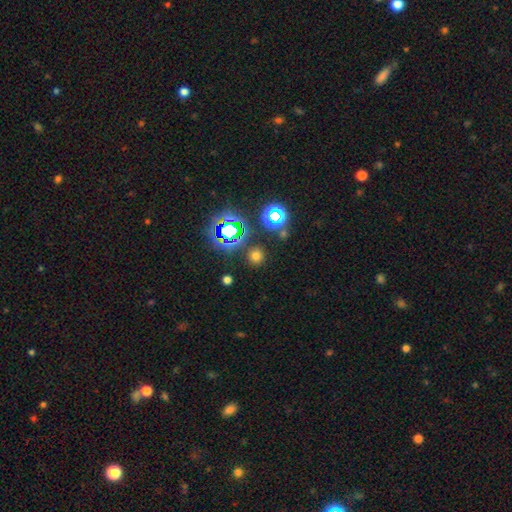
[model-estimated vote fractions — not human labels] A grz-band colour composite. It shows a smooth galaxy with no disk features (64%) that is round (90%). Merging: none (85%).